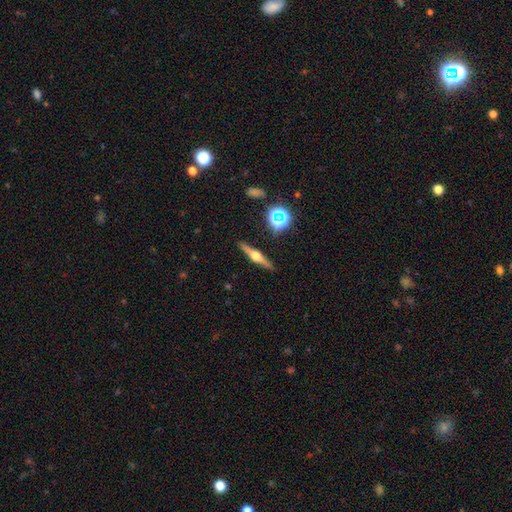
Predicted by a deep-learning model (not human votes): smooth-or-featured: featured or disk: 73% | smooth: 19% | star or artifact: 8%
  disk-edge-on: yes: 97% | no: 3%
    edge-on-bulge: rounded: 94% | boxy: 4% | none: 2%
  merging: none: 90% | minor disturbance: 7% | major disturbance: 2% | merger: 2%